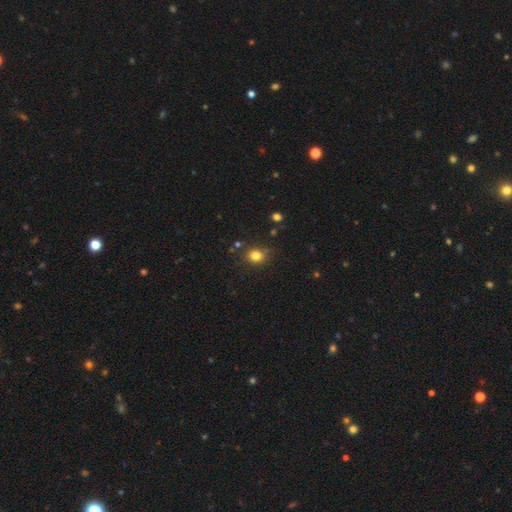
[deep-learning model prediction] smooth 81%, star or artifact 13%, featured or disk 6%. Down the decision tree: how rounded — round (71%); merging — none (78%).